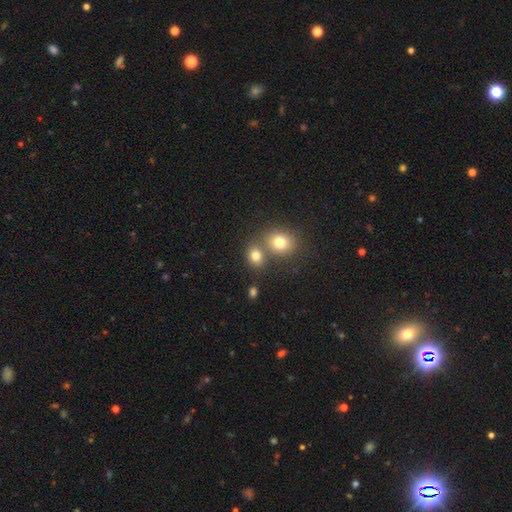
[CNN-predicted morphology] Smooth or featured? Predicted: smooth (p=0.79). How rounded? Predicted: round (p=0.59). Merging? Predicted: none (p=0.55).